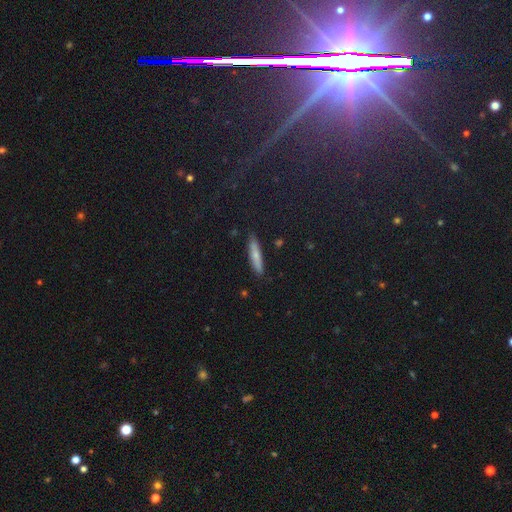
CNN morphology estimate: This appears to be a smooth galaxy with no disk features (66%) that is cigar-shaped (86%). Merging: none (86%).